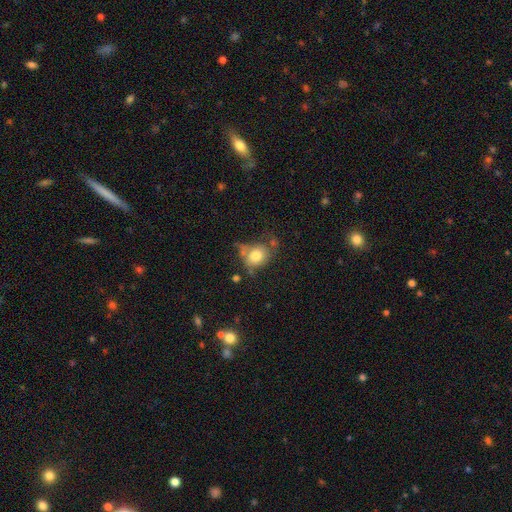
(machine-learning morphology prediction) This appears to be a smooth galaxy with no disk features (76%) that is round (64%). Merging: none (47%).